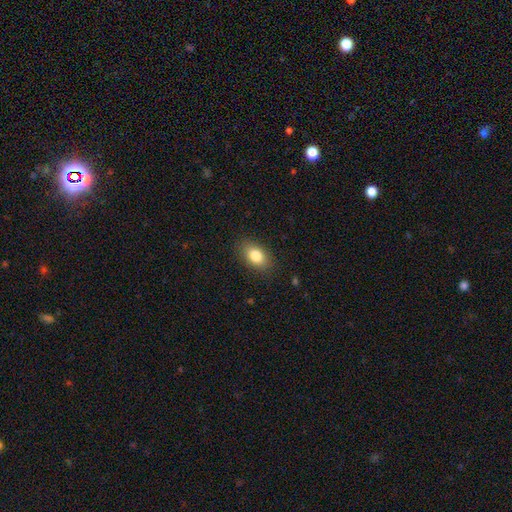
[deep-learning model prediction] Q: Smooth or featured?
A: smooth (82%); runner-up: featured or disk (9%)
Q: How rounded?
A: in between (87%); runner-up: round (12%)
Q: Merging?
A: none (86%); runner-up: minor disturbance (10%)